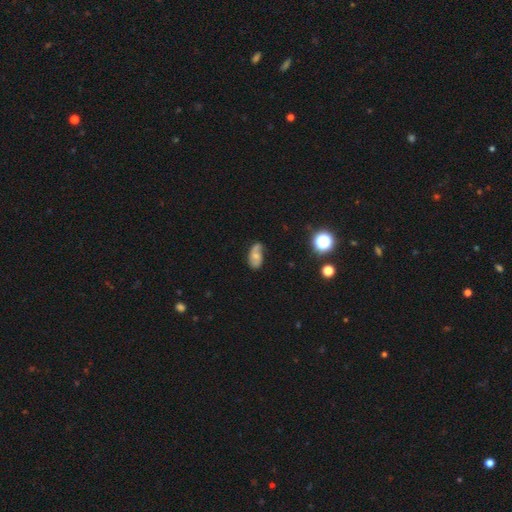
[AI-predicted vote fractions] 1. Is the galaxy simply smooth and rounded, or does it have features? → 52% featured or disk, 37% smooth, 11% star or artifact.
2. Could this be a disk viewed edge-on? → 94% no, 6% yes.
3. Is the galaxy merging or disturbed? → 53% none, 31% minor disturbance, 12% major disturbance, 5% merger.